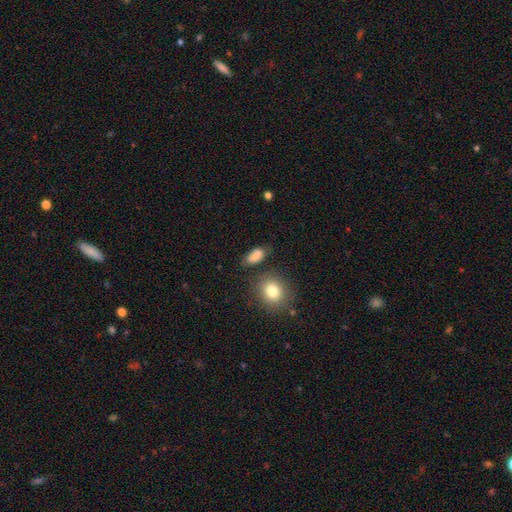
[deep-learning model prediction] A smooth galaxy with no disk features (84%) that is in between round and cigar-shaped (86%).

Vote fractions:
- Smooth or featured? smooth: 84% / star or artifact: 9% / featured or disk: 6%
- How rounded? in between: 86% / round: 9% / cigar-shaped: 6%
- Merging? none: 67% / minor disturbance: 21% / major disturbance: 7% / merger: 6%